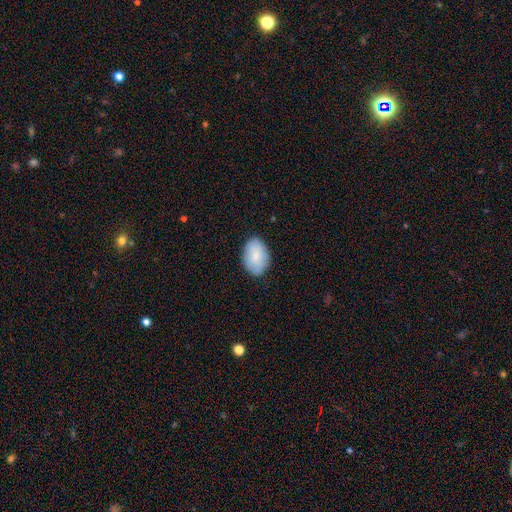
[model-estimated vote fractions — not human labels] smooth_or_featured: smooth (p=0.83) [alt: featured or disk p=0.10]
how_rounded: in between (p=0.85) [alt: round p=0.14]
merging: none (p=0.84) [alt: minor disturbance p=0.12]